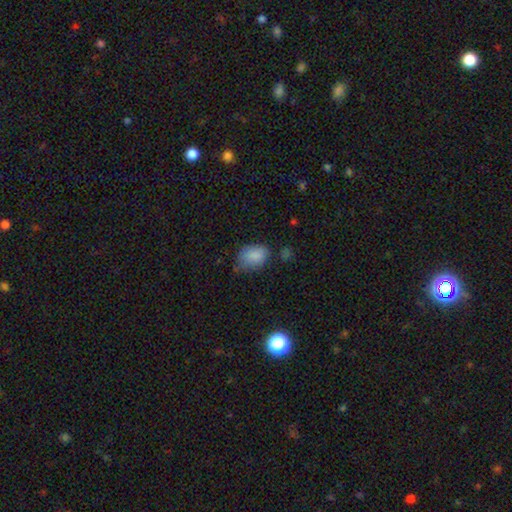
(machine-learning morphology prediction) A smooth galaxy with no disk features (85%) that is in between round and cigar-shaped (83%). Merging: none (56%).